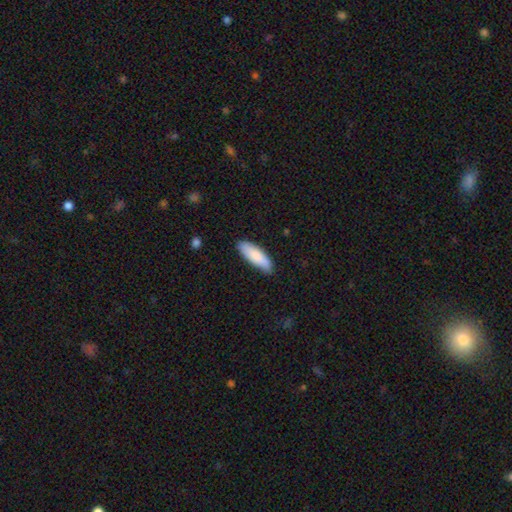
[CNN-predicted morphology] The model was most divided on "how rounded": in between: 52%, cigar-shaped: 46%, round: 2%. More confident: smooth or featured — smooth (83%); merging — none (82%).